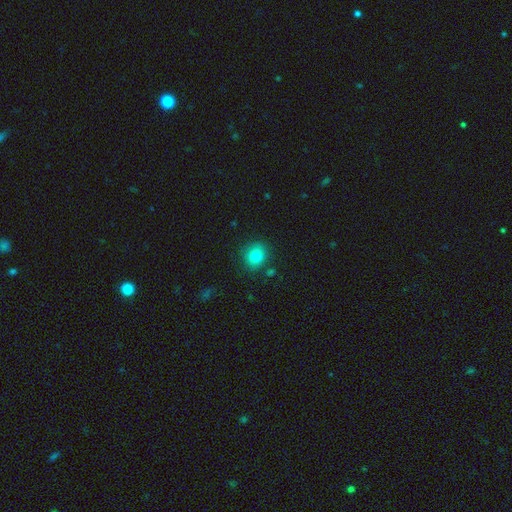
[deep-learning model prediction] Q: Smooth or featured?
A: smooth (81%); runner-up: star or artifact (11%)
Q: How rounded?
A: round (79%); runner-up: in between (20%)
Q: Merging?
A: none (85%); runner-up: minor disturbance (10%)